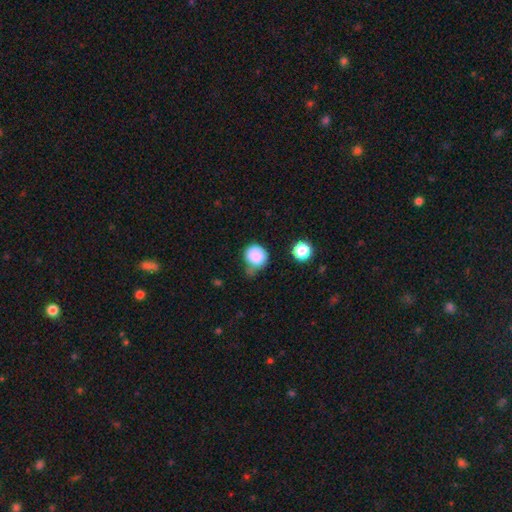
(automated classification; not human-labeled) The model was most divided on "merging": none: 45%, minor disturbance: 35%, major disturbance: 12%, merger: 8%. More confident: how rounded — round (87%); smooth or featured — smooth (85%).